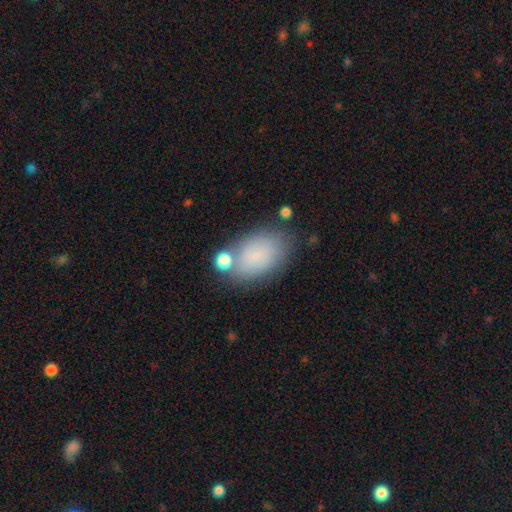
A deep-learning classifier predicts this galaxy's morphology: This appears to be a smooth galaxy with no disk features (71%) that is in between round and cigar-shaped (90%). Merging: none (64%).